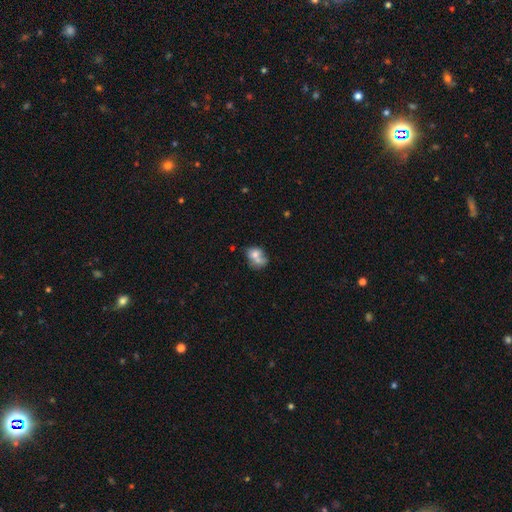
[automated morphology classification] A smooth galaxy with no disk features (67%) that is in between round and cigar-shaped (61%). Merging: merger (49%).